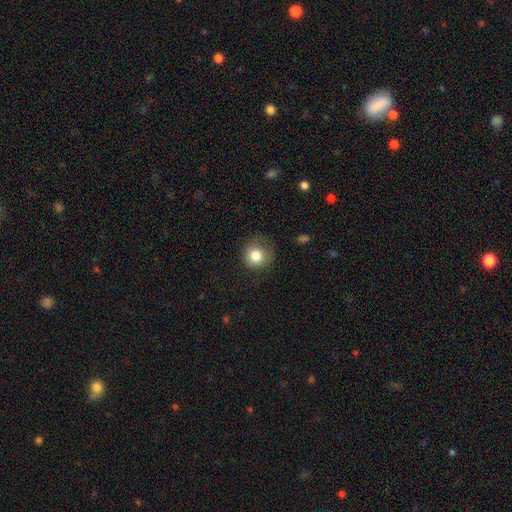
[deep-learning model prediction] This appears to be a smooth galaxy with no disk features (82%) that is round (89%). Merging: none (71%).